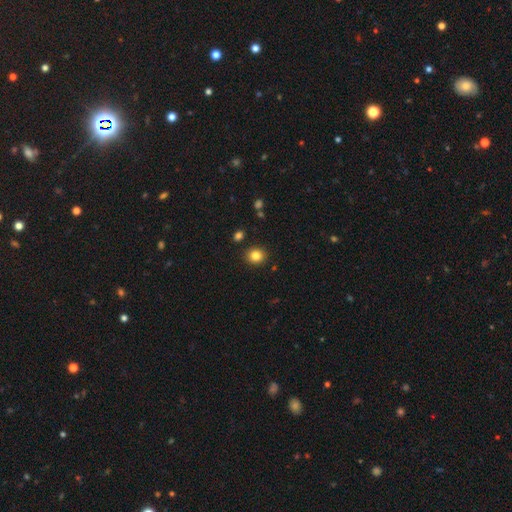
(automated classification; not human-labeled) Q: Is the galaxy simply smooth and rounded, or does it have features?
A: smooth — 84%.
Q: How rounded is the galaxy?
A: round — 77%.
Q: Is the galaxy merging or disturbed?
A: none — 90%.